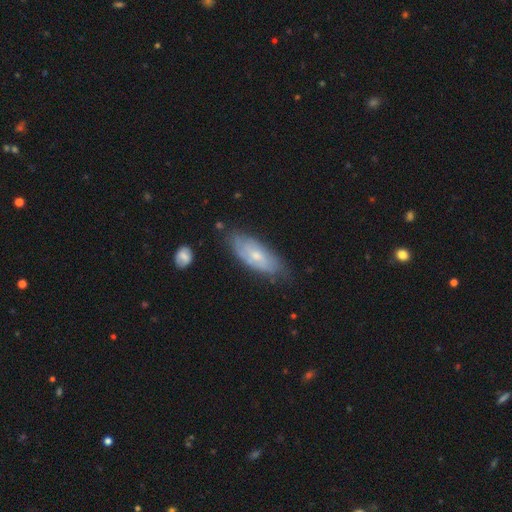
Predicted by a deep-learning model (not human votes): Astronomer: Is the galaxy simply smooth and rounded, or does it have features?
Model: featured or disk — 51% (runner-up: smooth, 42%).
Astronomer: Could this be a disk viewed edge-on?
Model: no — 82%.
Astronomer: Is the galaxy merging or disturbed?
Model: none — 68%.